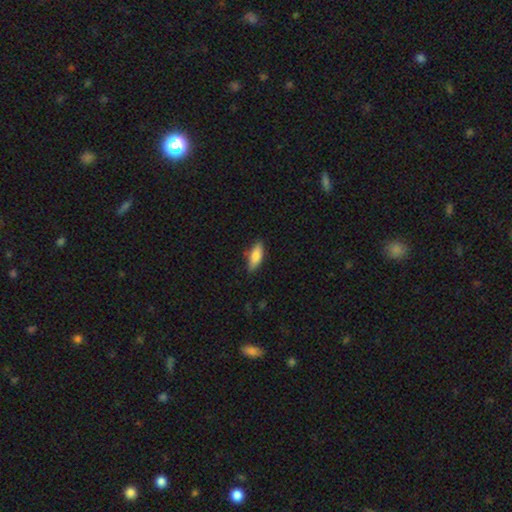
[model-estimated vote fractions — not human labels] Smooth or featured?
  - smooth: 79% *
  - featured or disk: 14%
  - star or artifact: 6%
How rounded?
  - in between: 69% *
  - cigar-shaped: 29%
  - round: 2%
Merging?
  - none: 82% *
  - minor disturbance: 15%
  - major disturbance: 2%
  - merger: 2%